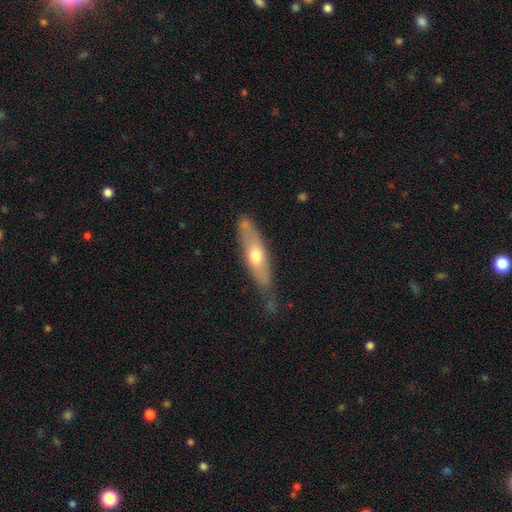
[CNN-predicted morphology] Overall: featured or disk (52%; smooth 42%). Edge-on disk: yes (64%; no 36%). Merging: none (64%; minor disturbance 26%).